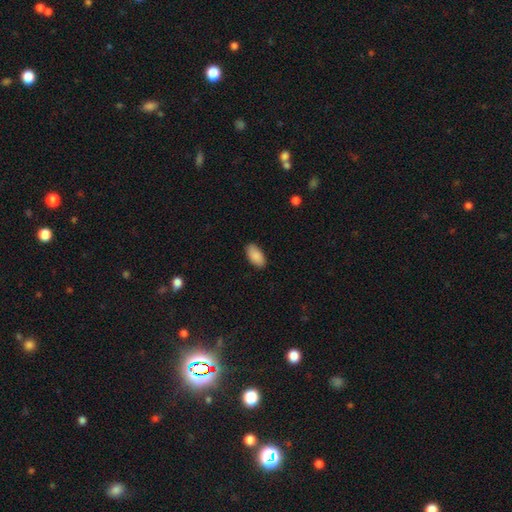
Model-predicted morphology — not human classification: A smooth galaxy with no disk features (90%) that is in between round and cigar-shaped (94%).

Vote fractions:
- Smooth or featured? smooth: 90% / star or artifact: 6% / featured or disk: 4%
- How rounded? in between: 94% / cigar-shaped: 4% / round: 2%
- Merging? none: 86% / minor disturbance: 10% / major disturbance: 2% / merger: 1%